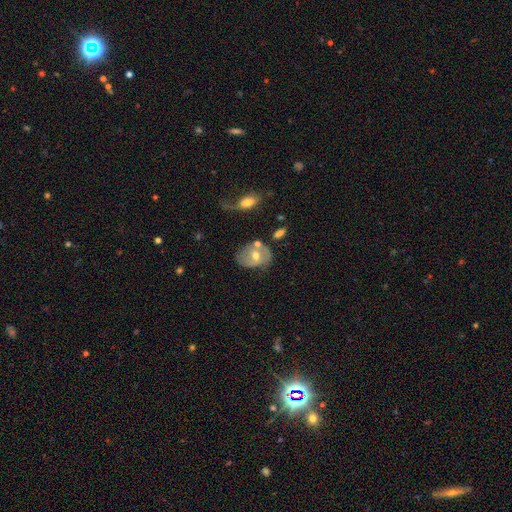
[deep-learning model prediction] Overall: featured or disk (52%; smooth 40%). Edge-on disk: no (94%). Merging: none (54%; minor disturbance 23%).